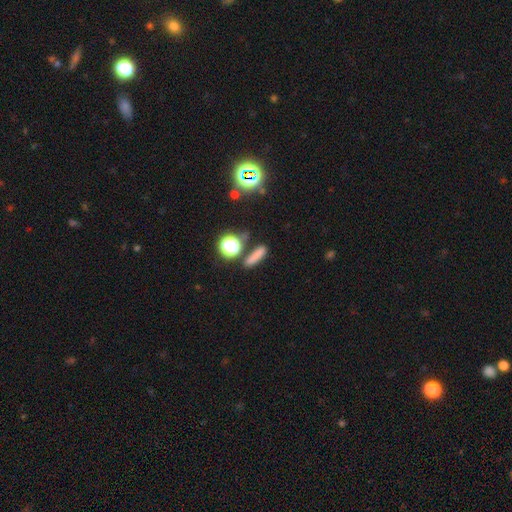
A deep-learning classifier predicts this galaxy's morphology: A smooth galaxy with no disk features (71%) that is cigar-shaped (62%).

Vote fractions:
- Smooth or featured? smooth: 71% / star or artifact: 19% / featured or disk: 9%
- How rounded? cigar-shaped: 62% / in between: 23% / round: 15%
- Merging? none: 77% / minor disturbance: 11% / merger: 8% / major disturbance: 4%